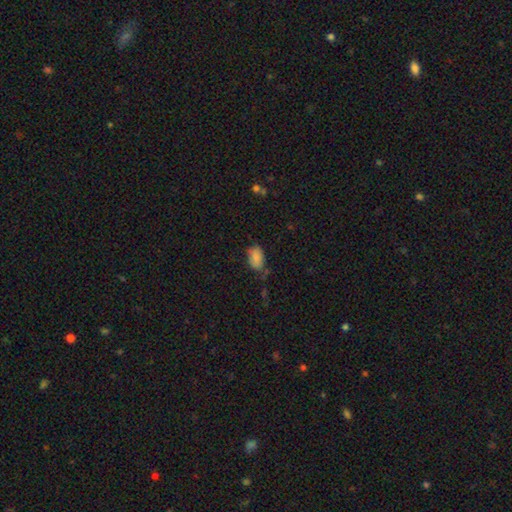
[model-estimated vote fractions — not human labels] smooth 84%, star or artifact 9%, featured or disk 7%. Down the decision tree: how rounded — in between (91%); merging — none (58%).